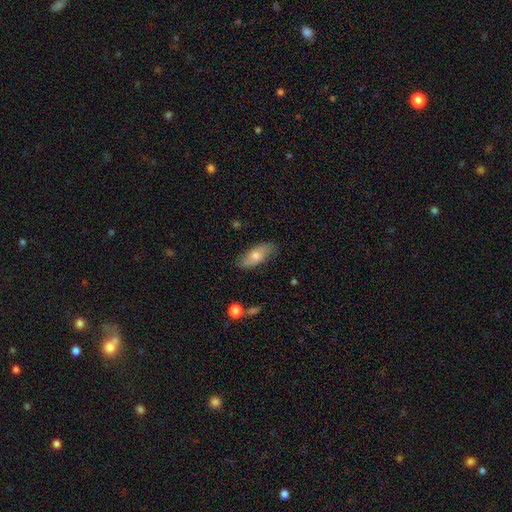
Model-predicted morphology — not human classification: A smooth galaxy with no disk features (61%) that is in between round and cigar-shaped (79%).

Vote fractions:
- Smooth or featured? smooth: 61% / featured or disk: 32% / star or artifact: 7%
- How rounded? in between: 79% / cigar-shaped: 18% / round: 3%
- Merging? none: 82% / minor disturbance: 14% / major disturbance: 3% / merger: 1%